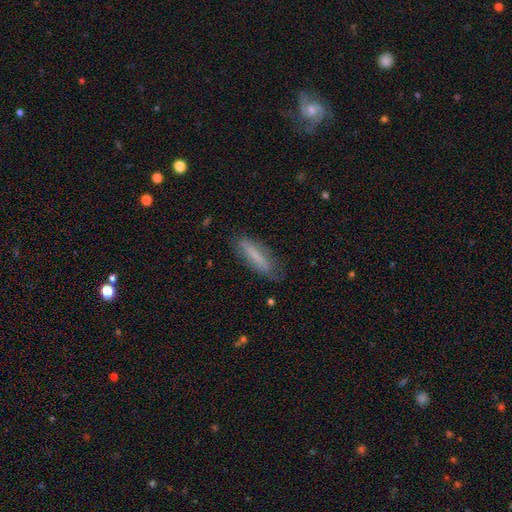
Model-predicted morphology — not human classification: Smooth or featured? smooth (69%)
How rounded? cigar-shaped (76%)
Merging? none (74%)